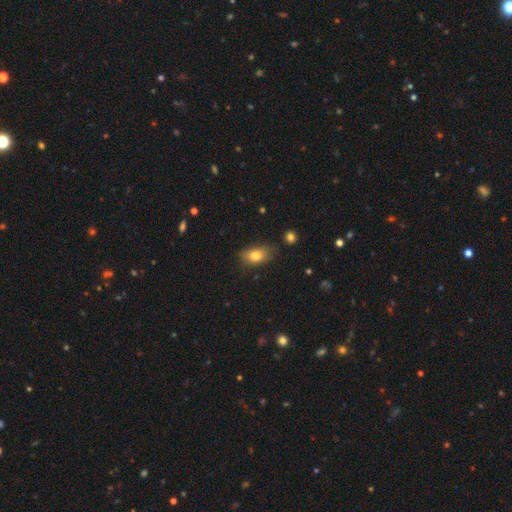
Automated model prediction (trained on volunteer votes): A smooth galaxy with no disk features (79%) that is in between round and cigar-shaped (85%). Merging: none (70%).